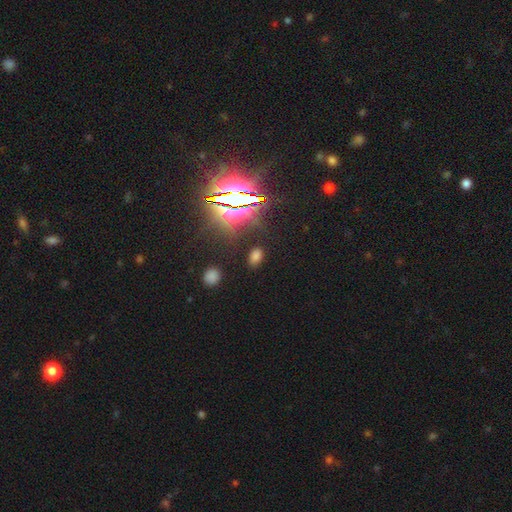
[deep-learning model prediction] The model was most divided on "smooth or featured": smooth: 61%, star or artifact: 32%, featured or disk: 7%. More confident: how rounded — in between (86%); merging — none (83%).